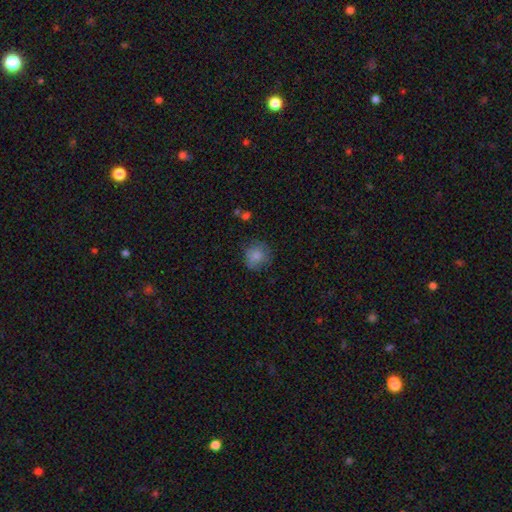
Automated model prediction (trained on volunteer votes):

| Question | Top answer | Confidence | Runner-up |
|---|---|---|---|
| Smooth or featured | smooth | 79% | featured or disk (12%) |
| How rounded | round | 88% | in between (11%) |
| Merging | none | 69% | minor disturbance (21%) |